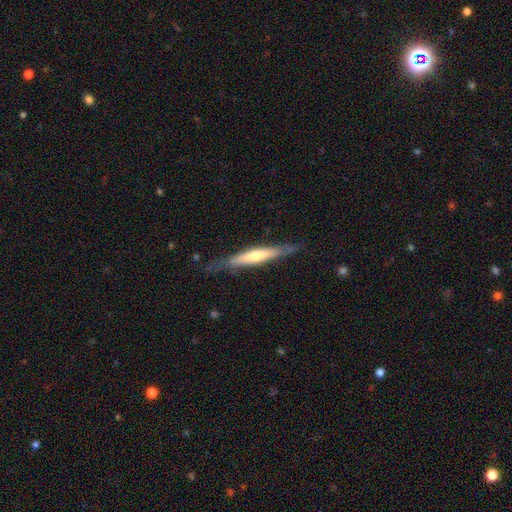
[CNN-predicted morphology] The model was most divided on "smooth or featured": featured or disk: 55%, smooth: 39%, star or artifact: 6%. More confident: edge-on disk — yes (90%); merging — none (78%).